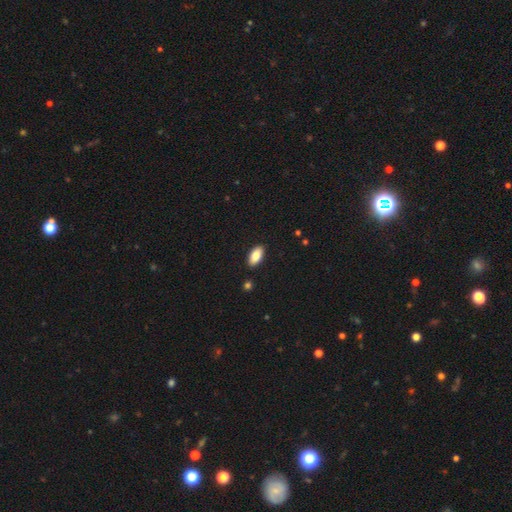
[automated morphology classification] This is clearly a smooth galaxy (82%). How rounded: clearly in between (91%). Merging: clearly none (89%).